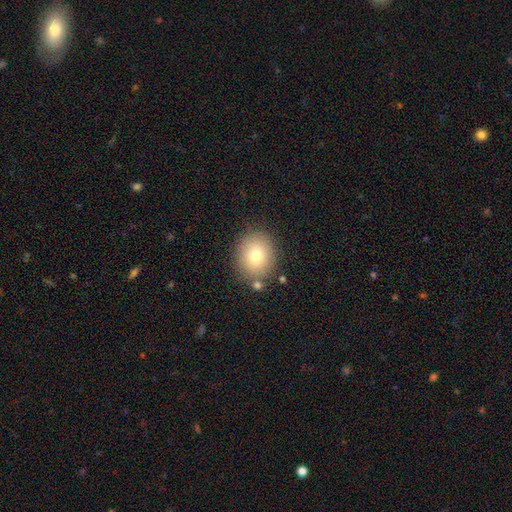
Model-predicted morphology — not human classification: This is likely a smooth galaxy (77%). How rounded: likely round (70%). Merging: clearly none (81%).